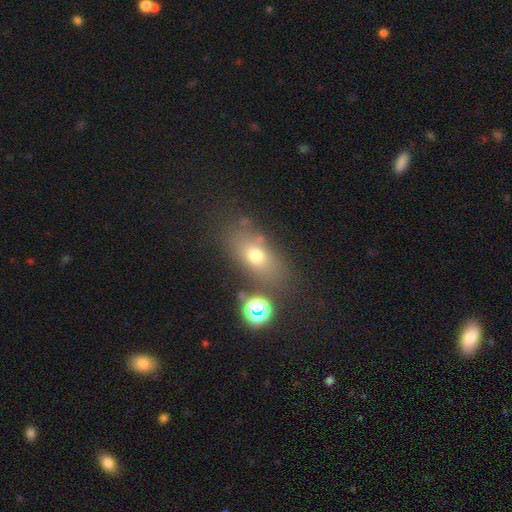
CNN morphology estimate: The model was most divided on "smooth or featured": smooth: 66%, featured or disk: 18%, star or artifact: 16%. More confident: how rounded — in between (72%); merging — none (70%).